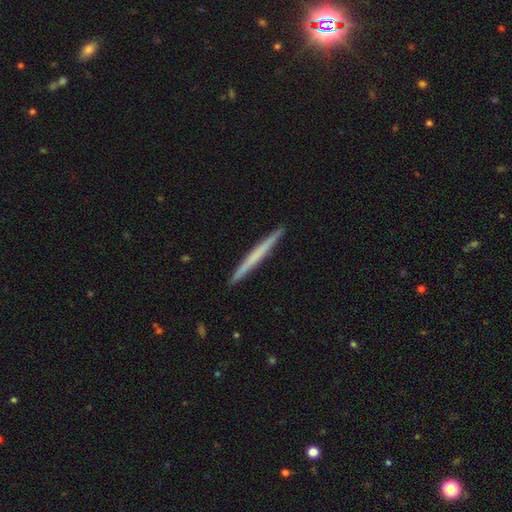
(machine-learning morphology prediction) This appears to be a smooth galaxy with no disk features (50%). Merging: none (93%).